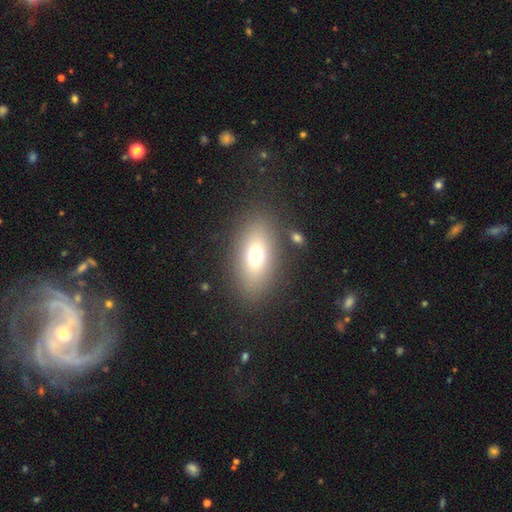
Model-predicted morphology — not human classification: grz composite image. It shows a smooth galaxy with no disk features (69%) that is in between round and cigar-shaped (82%). Merging: none (82%).